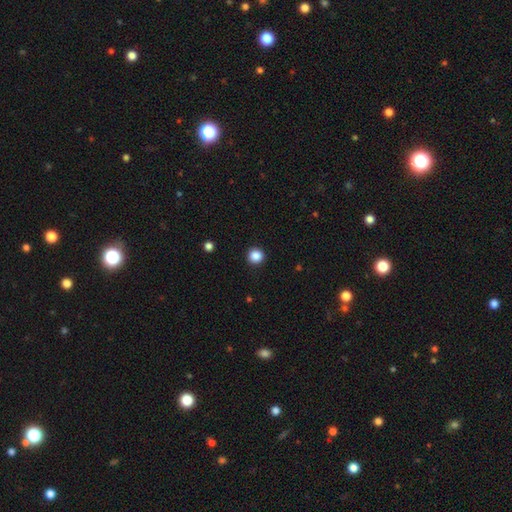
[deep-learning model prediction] Smooth or featured? Predicted: smooth (p=0.86). How rounded? Predicted: round (p=0.95). Merging? Predicted: none (p=0.93).